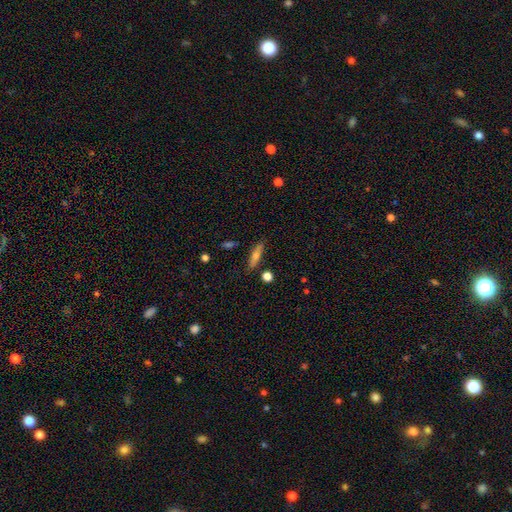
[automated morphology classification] This is possibly a smooth galaxy (55%). How rounded: likely cigar-shaped (68%). Merging: clearly none (83%).